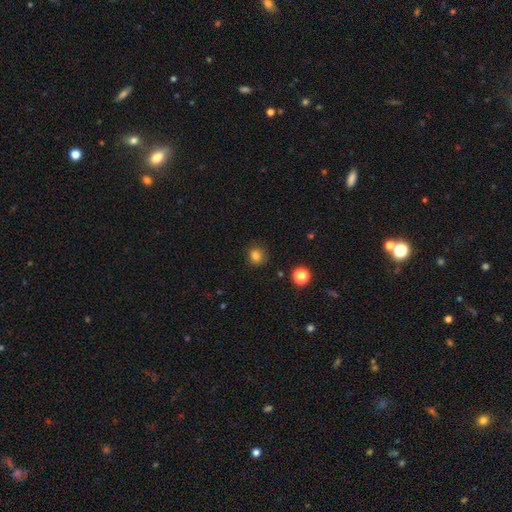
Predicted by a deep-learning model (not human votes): A smooth galaxy with no disk features (82%) that is round (84%). Merging: none (81%).